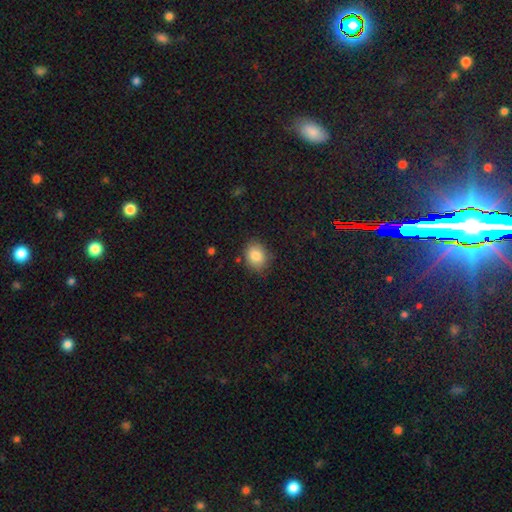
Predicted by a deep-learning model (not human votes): A smooth galaxy with no disk features (85%) that is round (50%).

Vote fractions:
- Smooth or featured? smooth: 85% / star or artifact: 9% / featured or disk: 6%
- How rounded? round: 50% / in between: 49% / cigar-shaped: 1%
- Merging? none: 80% / minor disturbance: 15% / major disturbance: 3% / merger: 2%